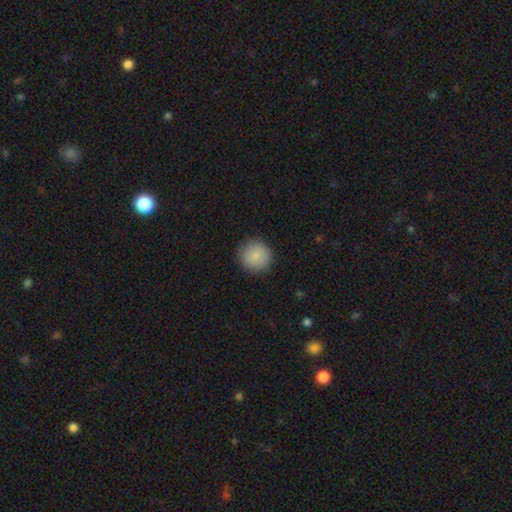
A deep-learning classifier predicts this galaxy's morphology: Overall: smooth (87%). How rounded: round (94%). Merging: none (89%).